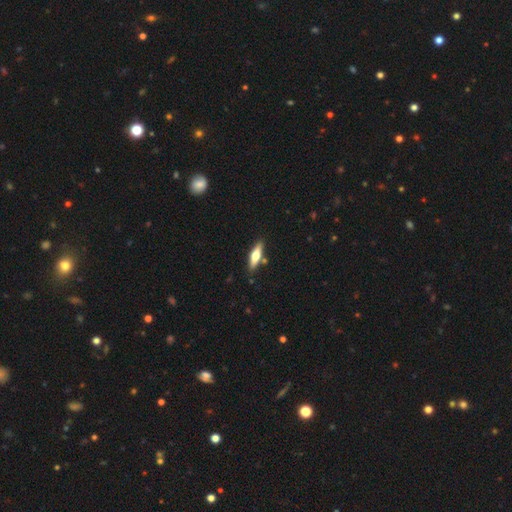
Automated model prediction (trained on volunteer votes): A smooth galaxy with no disk features (47%, tied with featured or disk).

Vote fractions:
- Smooth or featured? smooth: 47% (tied) / featured or disk: 47% (tied) / star or artifact: 6%
- Merging? none: 83% / minor disturbance: 10% / merger: 5% / major disturbance: 2%